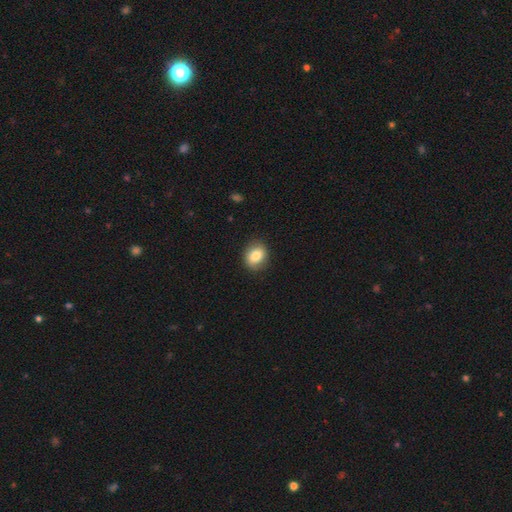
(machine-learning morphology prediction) This is clearly a smooth galaxy (82%). How rounded: possibly in between (50%). Merging: clearly none (86%).